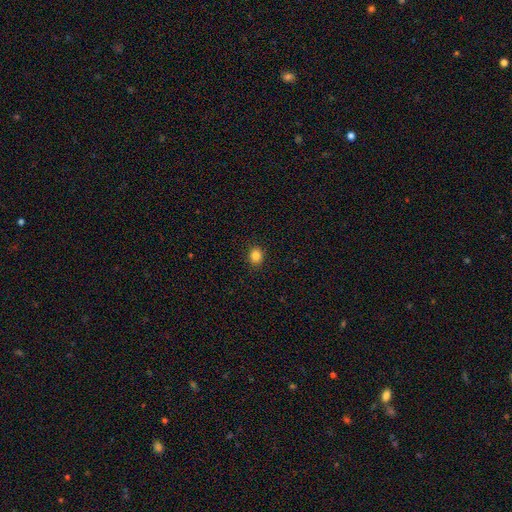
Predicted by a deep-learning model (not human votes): Overall: smooth (84%). How rounded: round (77%). Merging: none (91%).